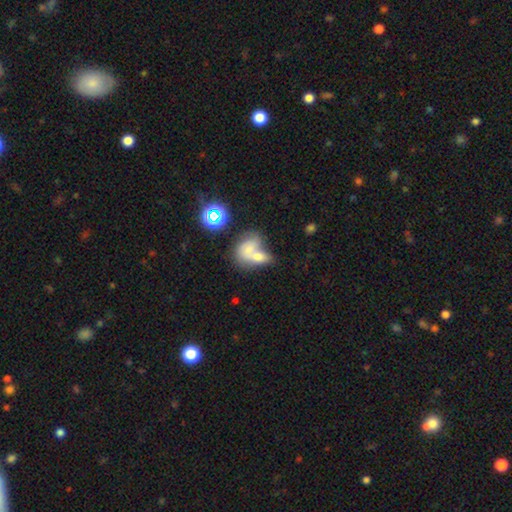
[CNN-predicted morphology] This is likely a smooth galaxy (62%). How rounded: likely in between (74%). Merging: likely merger (71%).